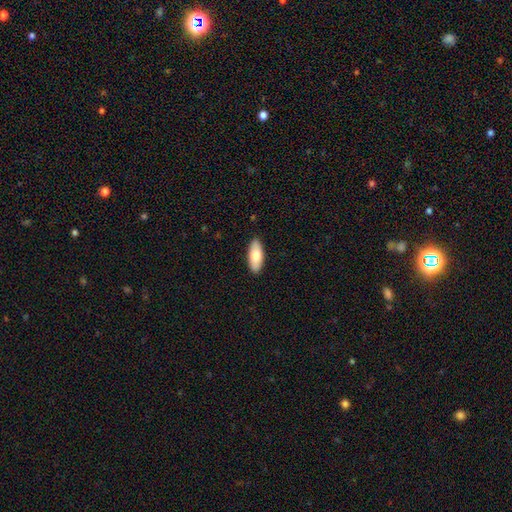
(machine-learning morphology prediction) Smooth or featured: smooth — 73% (featured or disk — 21%)
How rounded: in between — 85% (cigar-shaped — 13%)
Merging: none — 90% (minor disturbance — 7%)